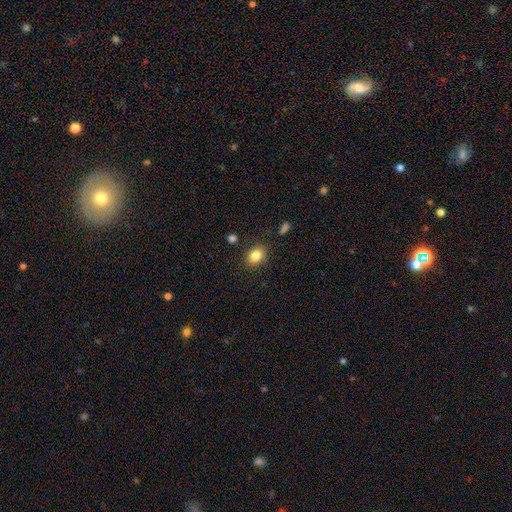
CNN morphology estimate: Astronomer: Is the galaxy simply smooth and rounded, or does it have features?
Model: smooth — 83%.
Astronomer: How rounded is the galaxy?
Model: in between — 60% (runner-up: round, 39%).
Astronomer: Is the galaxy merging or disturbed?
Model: none — 85%.